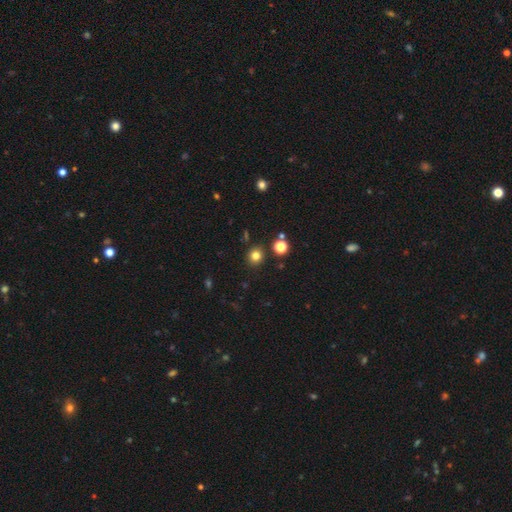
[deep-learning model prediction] A smooth galaxy with no disk features (80%) that is round (88%). Merging: none (87%).